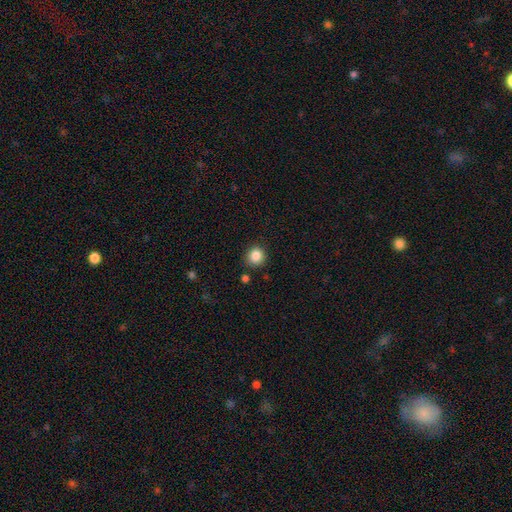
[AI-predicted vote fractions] The model was most divided on "smooth or featured": smooth: 86%, star or artifact: 10%, featured or disk: 4%. More confident: how rounded — round (90%); merging — none (86%).